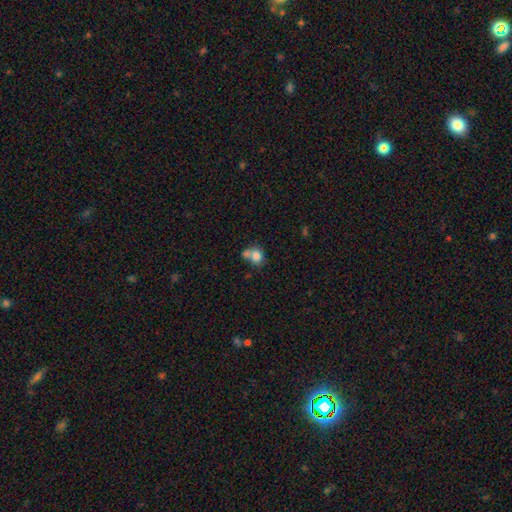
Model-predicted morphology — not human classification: smooth 77%, featured or disk 12%, star or artifact 10%. Down the decision tree: how rounded — round (60%); merging — merger (44%).